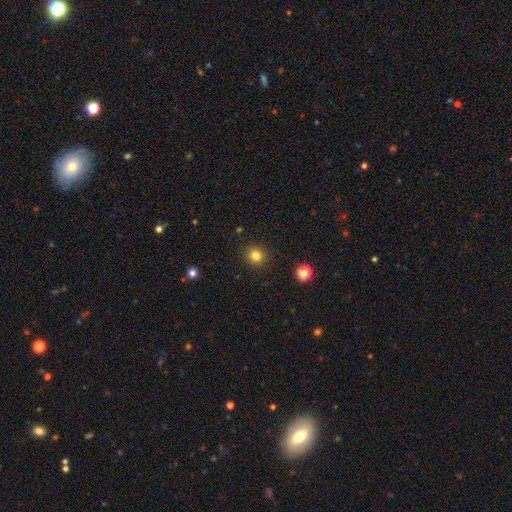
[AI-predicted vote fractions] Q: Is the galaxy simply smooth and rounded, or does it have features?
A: smooth — 81%.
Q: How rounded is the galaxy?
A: round — 94%.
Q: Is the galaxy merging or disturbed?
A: none — 92%.